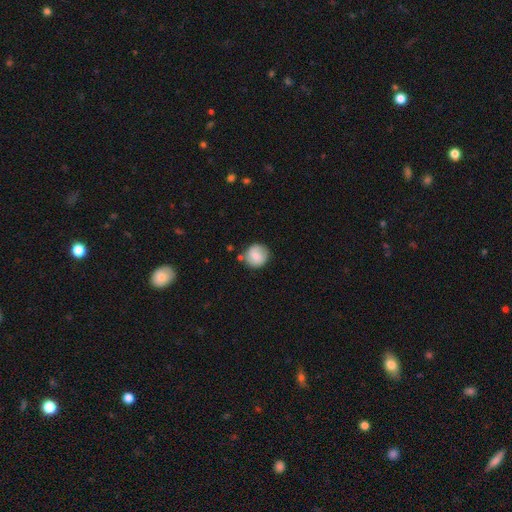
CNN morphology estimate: A smooth galaxy with no disk features (71%) that is round (91%). Merging: none (76%).